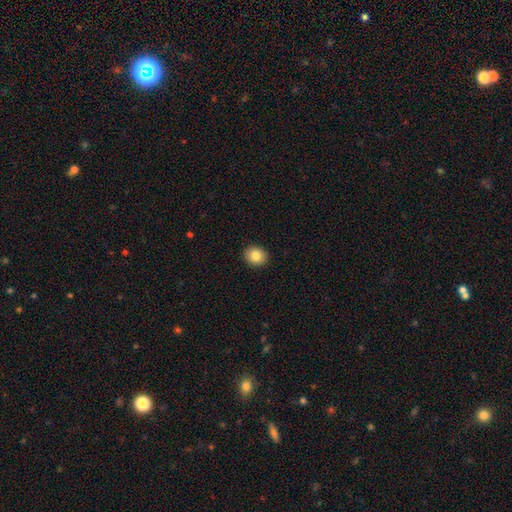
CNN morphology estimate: smooth_or_featured: smooth (p=0.84) [alt: star or artifact p=0.09]
how_rounded: round (p=0.68) [alt: in between p=0.31]
merging: none (p=0.92) [alt: minor disturbance p=0.06]